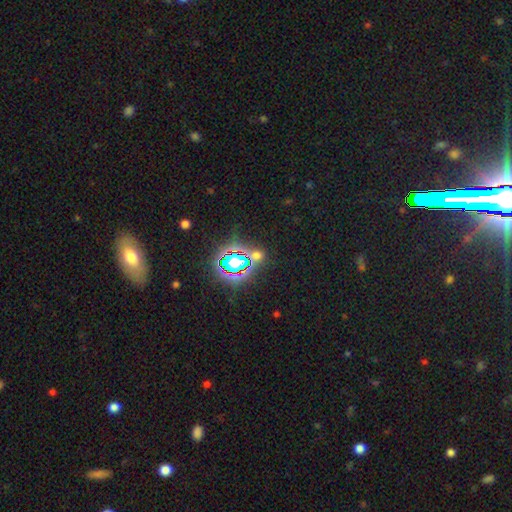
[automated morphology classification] A star or artifact, not a galaxy (65%).